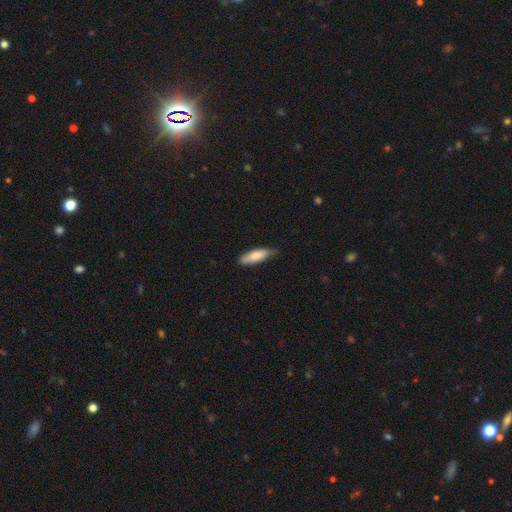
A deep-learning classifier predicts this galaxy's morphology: The model was most divided on "how rounded": cigar-shaped: 50%, in between: 48%, round: 2%. More confident: smooth or featured — smooth (81%); merging — none (76%).